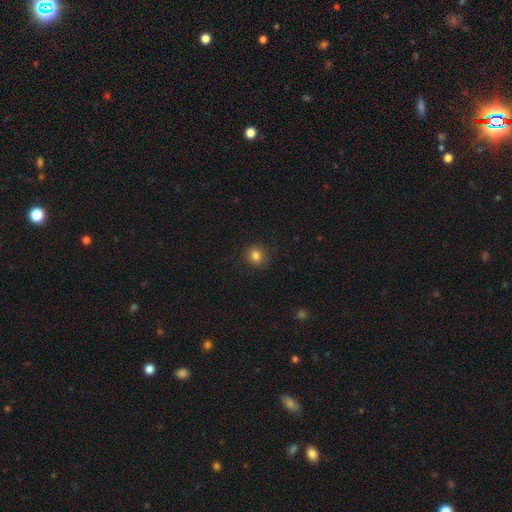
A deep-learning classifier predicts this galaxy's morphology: The model was most divided on "smooth or featured": smooth: 82%, star or artifact: 12%, featured or disk: 6%. More confident: how rounded — round (90%); merging — none (87%).